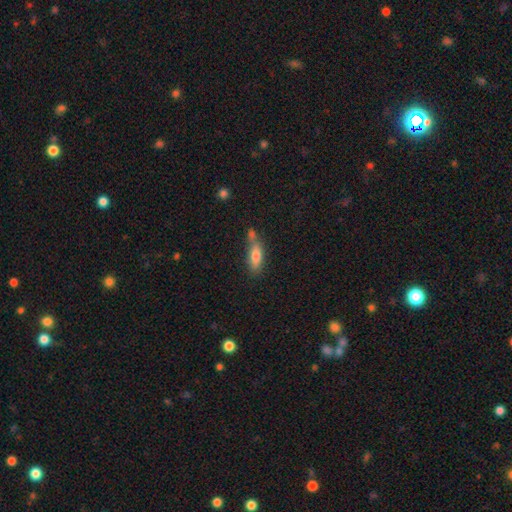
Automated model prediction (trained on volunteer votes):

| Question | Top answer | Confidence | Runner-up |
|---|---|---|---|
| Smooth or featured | smooth | 78% | featured or disk (14%) |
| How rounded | in between | 64% | cigar-shaped (33%) |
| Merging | none | 40% | merger (32%) |